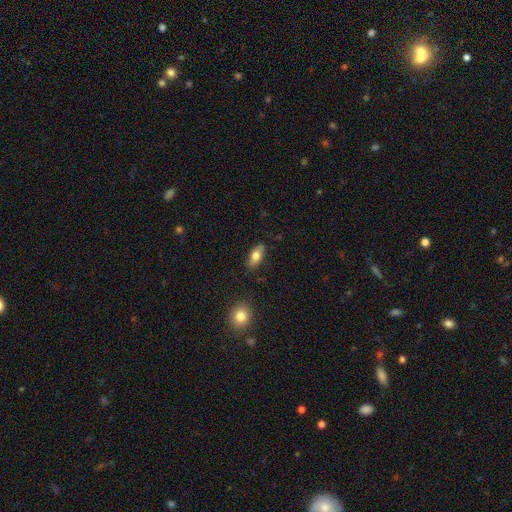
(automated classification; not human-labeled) smooth 73%, featured or disk 20%, star or artifact 7%. Down the decision tree: how rounded — in between (83%); merging — none (80%).